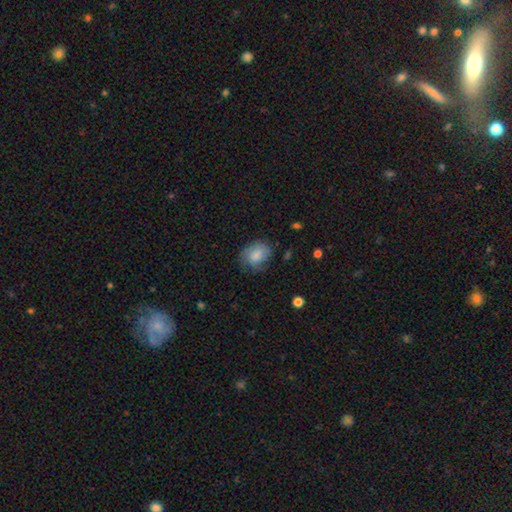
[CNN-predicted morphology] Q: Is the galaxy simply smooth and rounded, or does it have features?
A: smooth — 63%.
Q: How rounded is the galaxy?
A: in between — 57%.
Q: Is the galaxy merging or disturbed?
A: none — 62%.